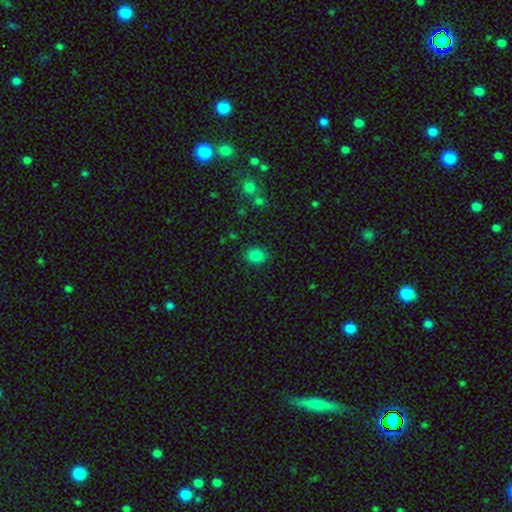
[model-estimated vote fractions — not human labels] The model was most divided on "how rounded": in between: 52%, round: 47%, cigar-shaped: 1%. More confident: smooth or featured — smooth (84%); merging — none (84%).